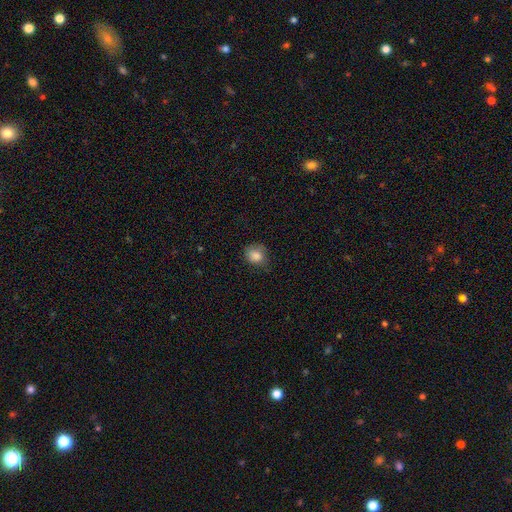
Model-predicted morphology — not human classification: Smooth or featured? smooth (84%)
How rounded? round (67%)
Merging? none (66%)